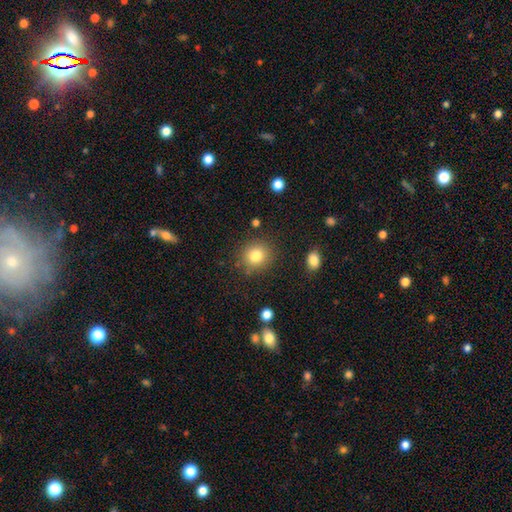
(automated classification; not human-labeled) Smooth or featured?
  - smooth: 81% *
  - star or artifact: 11%
  - featured or disk: 8%
How rounded?
  - round: 86% *
  - in between: 13%
  - cigar-shaped: 1%
Merging?
  - none: 85% *
  - minor disturbance: 9%
  - major disturbance: 3%
  - merger: 3%